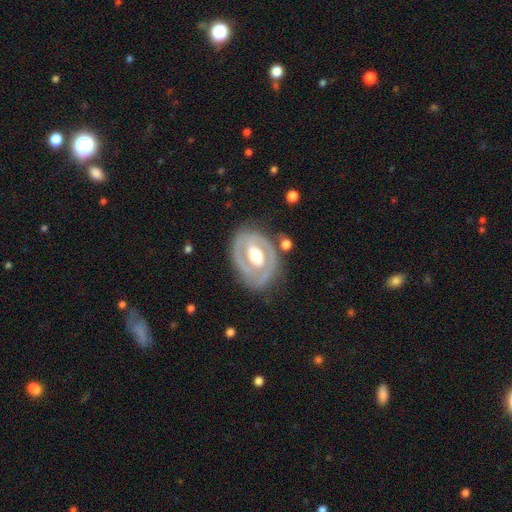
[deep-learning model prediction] Smooth or featured? Predicted: featured or disk (p=0.75). Edge-on disk? Predicted: no (p=0.95). Bar? Predicted: no (p=0.42). Spiral arms? Predicted: no (p=0.52). Bulge size? Predicted: moderate (p=0.63). Merging? Predicted: none (p=0.71).